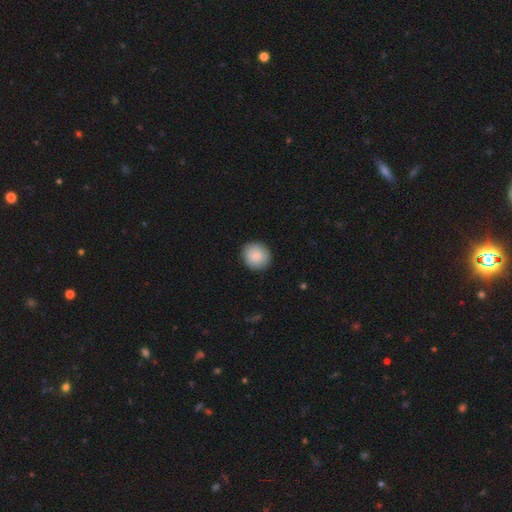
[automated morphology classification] smooth 88%, star or artifact 6%, featured or disk 5%. Down the decision tree: how rounded — round (92%); merging — none (90%).